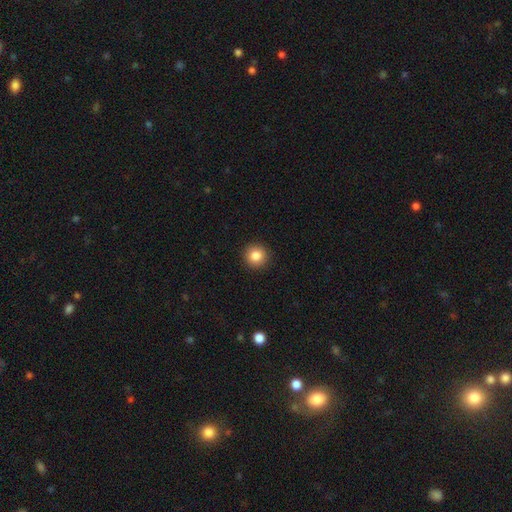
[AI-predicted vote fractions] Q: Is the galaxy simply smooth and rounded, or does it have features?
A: smooth — 84%.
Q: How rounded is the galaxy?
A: round — 95%.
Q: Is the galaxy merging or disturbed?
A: none — 93%.